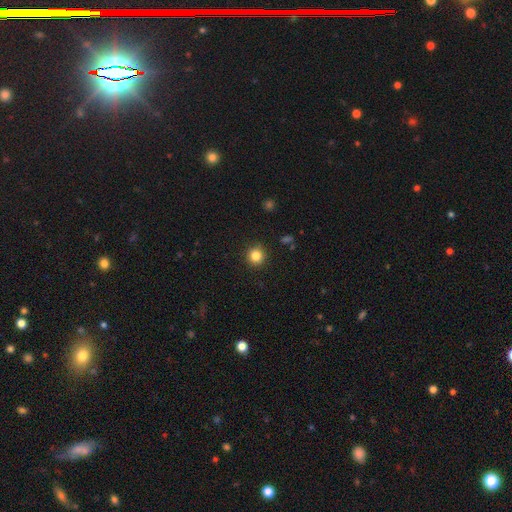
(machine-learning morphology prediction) smooth_or_featured: smooth (p=0.83) [alt: star or artifact p=0.12]
how_rounded: round (p=0.94) [alt: in between p=0.05]
merging: none (p=0.90) [alt: minor disturbance p=0.06]